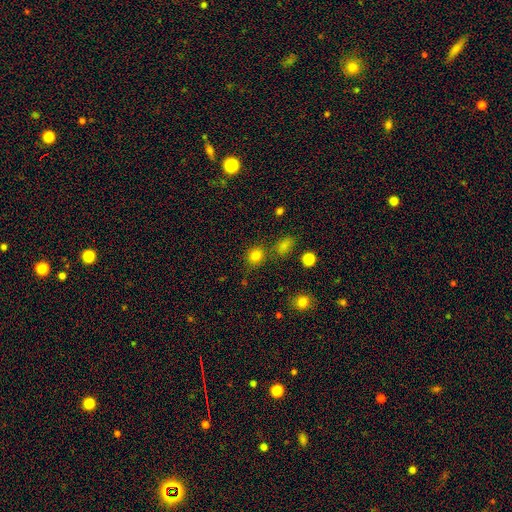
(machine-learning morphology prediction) A smooth galaxy with no disk features (81%) that is round (83%).

Vote fractions:
- Smooth or featured? smooth: 81% / star or artifact: 14% / featured or disk: 5%
- How rounded? round: 83% / in between: 16% / cigar-shaped: 1%
- Merging? none: 75% / minor disturbance: 11% / merger: 10% / major disturbance: 4%